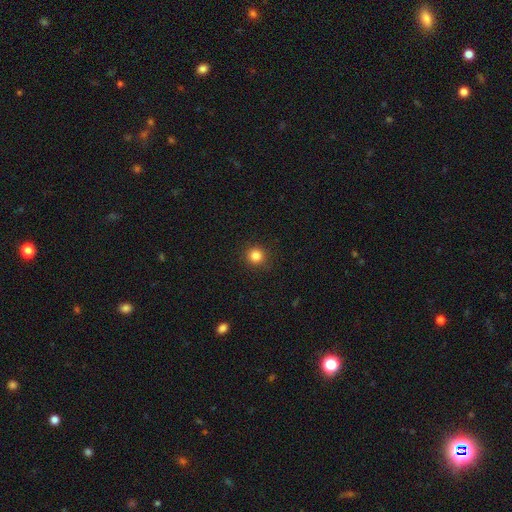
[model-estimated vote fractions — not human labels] smooth_or_featured: smooth (p=0.84) [alt: star or artifact p=0.12]
how_rounded: round (p=0.94) [alt: in between p=0.05]
merging: none (p=0.92) [alt: minor disturbance p=0.05]